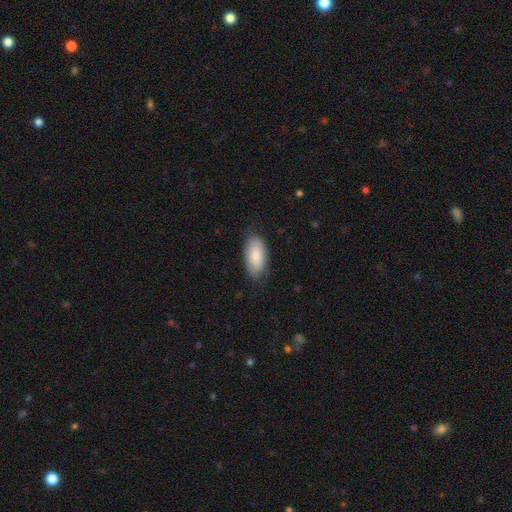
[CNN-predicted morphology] This is clearly a smooth galaxy (81%). How rounded: clearly in between (94%). Merging: likely none (76%).